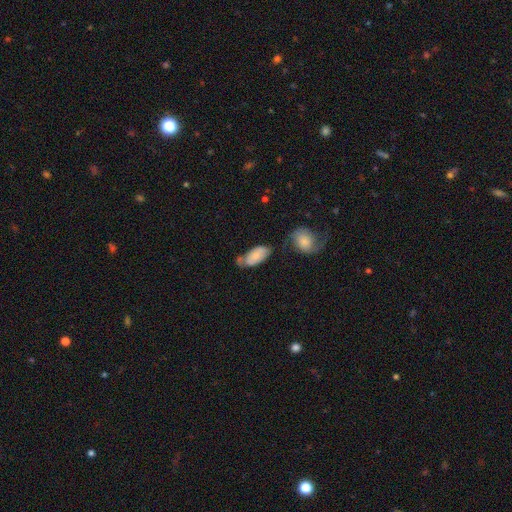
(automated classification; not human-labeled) This is likely a smooth galaxy (70%). How rounded: clearly in between (91%). Merging: possibly none (46%).